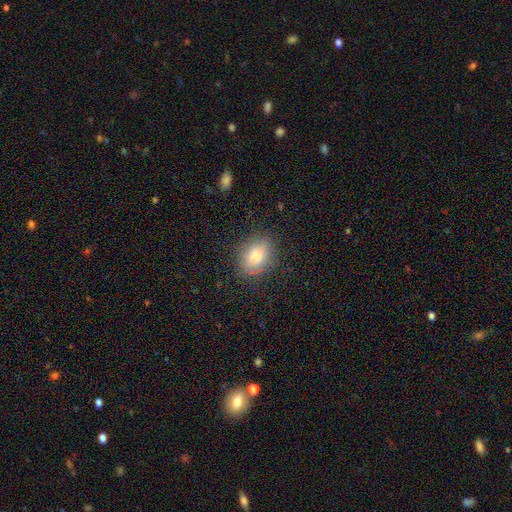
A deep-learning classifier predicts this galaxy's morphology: Smooth or featured? Predicted: smooth (p=0.81). How rounded? Predicted: in between (p=0.73). Merging? Predicted: none (p=0.84).